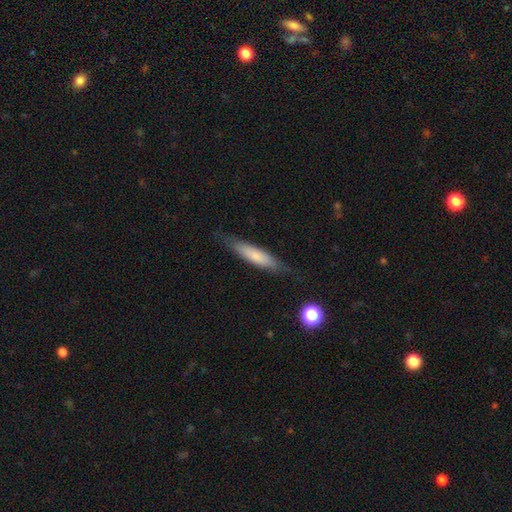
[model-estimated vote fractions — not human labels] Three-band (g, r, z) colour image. It shows a smooth galaxy with no disk features (69%) that is cigar-shaped (78%). Merging: none (78%).